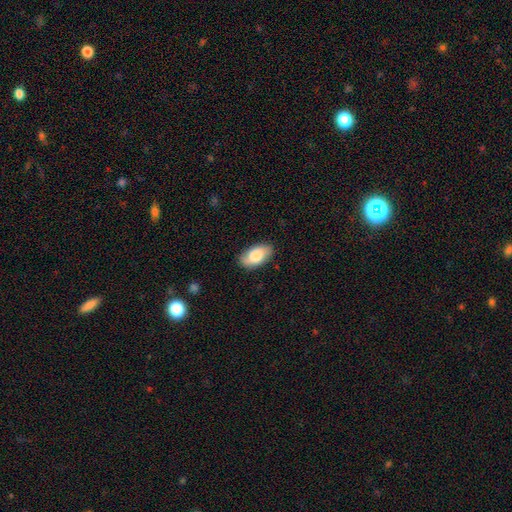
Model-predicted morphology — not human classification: Smooth or featured? Predicted: smooth (p=0.76). How rounded? Predicted: in between (p=0.94). Merging? Predicted: none (p=0.85).